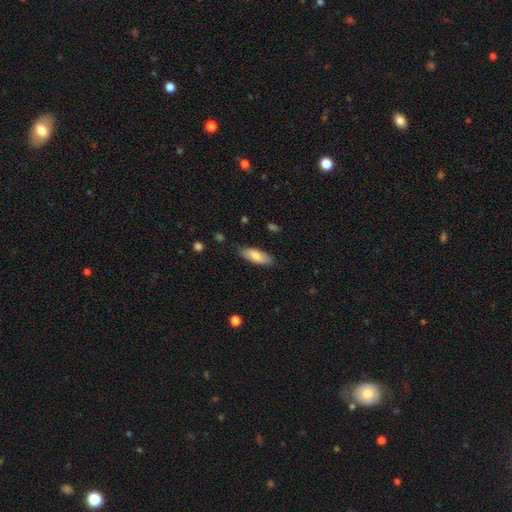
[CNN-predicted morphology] Smooth or featured? Predicted: smooth (p=0.79). How rounded? Predicted: in between (p=0.73). Merging? Predicted: none (p=0.84).